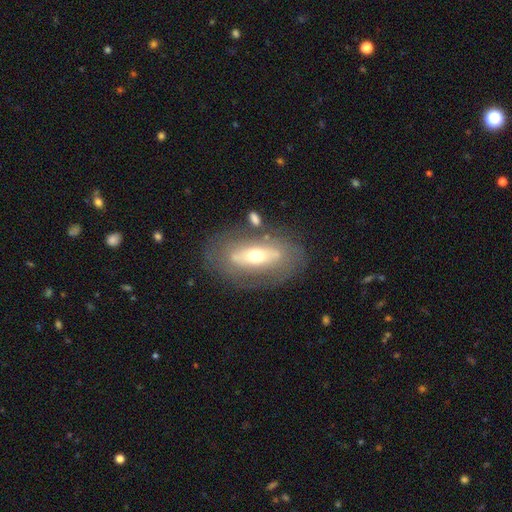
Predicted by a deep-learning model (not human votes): smooth-or-featured: featured or disk: 59% | smooth: 33% | star or artifact: 7%
  disk-edge-on: no: 78% | yes: 22%
  merging: none: 72% | minor disturbance: 16% | major disturbance: 8% | merger: 5%